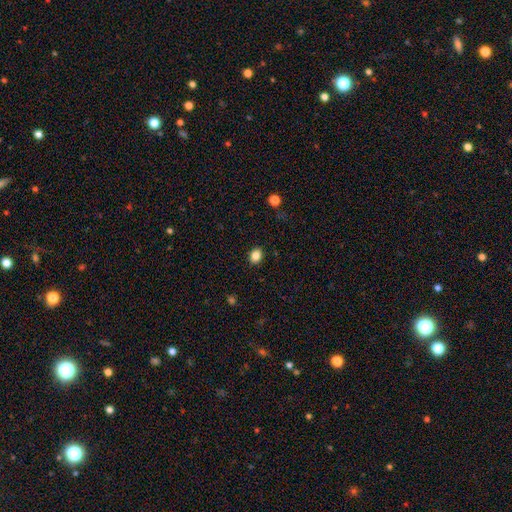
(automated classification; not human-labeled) The model was most divided on "how rounded": in between: 54%, round: 45%, cigar-shaped: 1%. More confident: merging — none (89%); smooth or featured — smooth (85%).